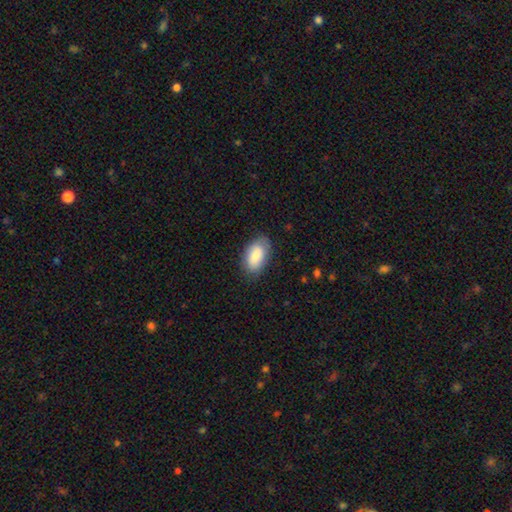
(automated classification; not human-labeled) smooth_or_featured: smooth (p=0.85) [alt: featured or disk p=0.09]
how_rounded: in between (p=0.94) [alt: round p=0.04]
merging: none (p=0.79) [alt: minor disturbance p=0.16]